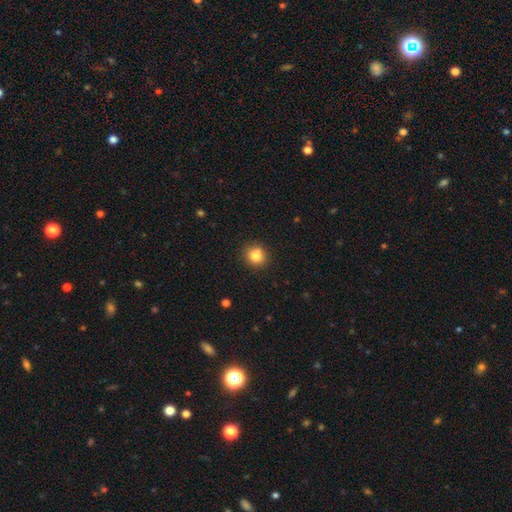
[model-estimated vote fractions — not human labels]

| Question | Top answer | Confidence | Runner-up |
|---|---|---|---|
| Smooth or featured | smooth | 83% | star or artifact (11%) |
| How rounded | round | 85% | in between (14%) |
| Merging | none | 85% | minor disturbance (10%) |